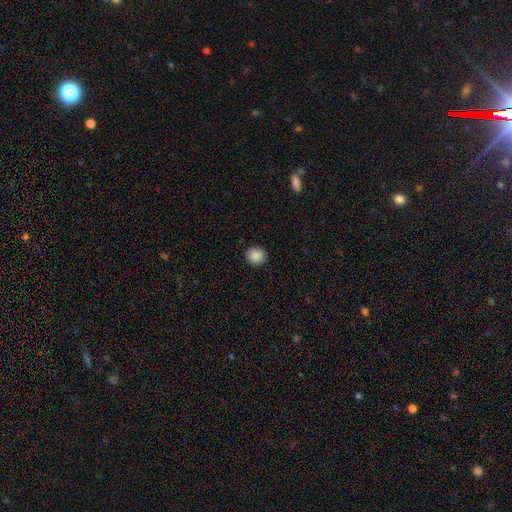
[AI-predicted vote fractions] This appears to be a smooth galaxy with no disk features (89%) that is round (83%). Merging: none (91%).